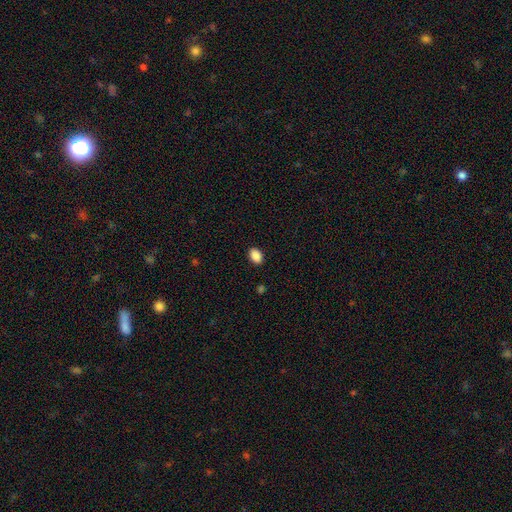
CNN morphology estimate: smooth 89%, star or artifact 8%, featured or disk 3%. Down the decision tree: how rounded — in between (84%); merging — none (89%).